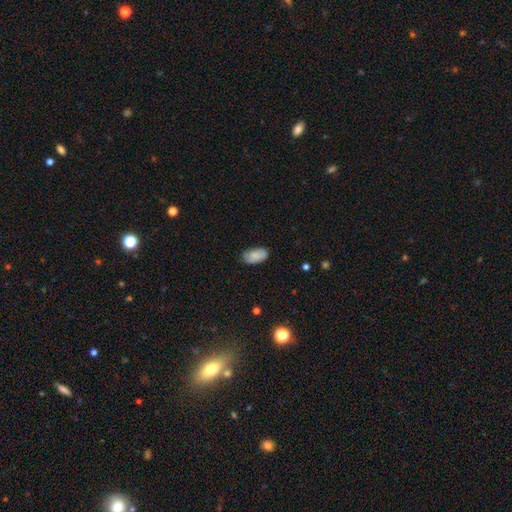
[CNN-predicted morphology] type=smooth (81%); roundness=in between (94%); merging=none (76%).